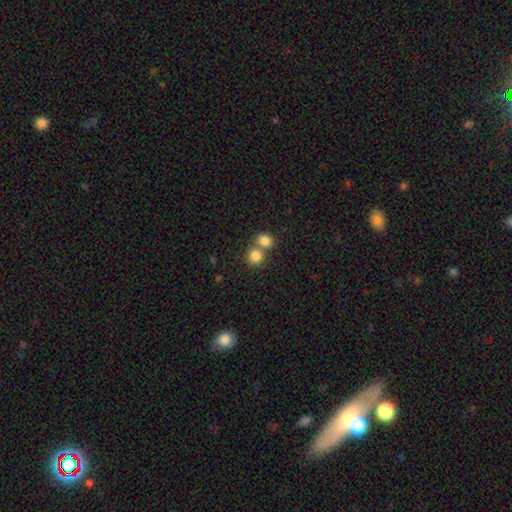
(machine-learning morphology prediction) type=smooth (82%); roundness=round (85%); merging=none (48%).